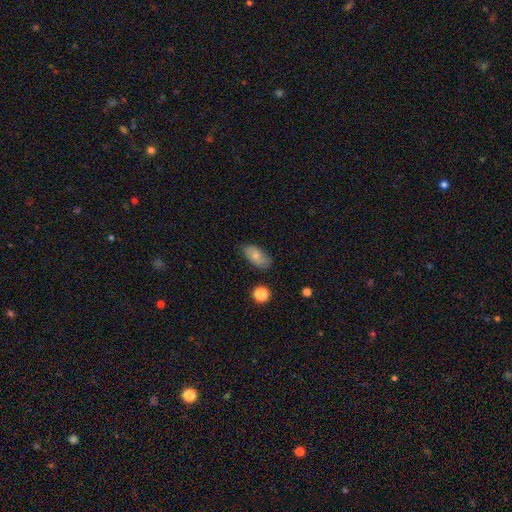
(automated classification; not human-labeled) Overall: smooth (66%). How rounded: in between (91%). Merging: none (78%).